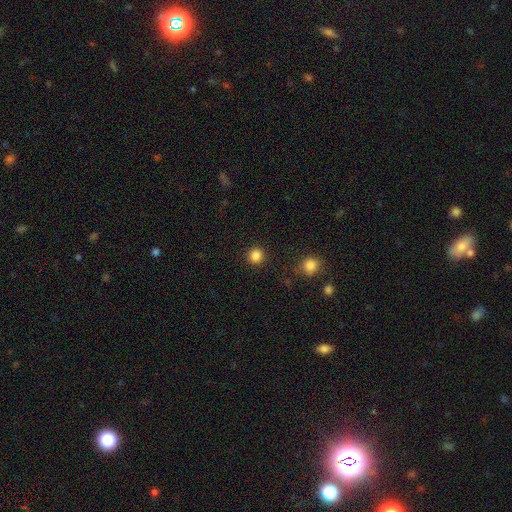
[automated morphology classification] Smooth or featured? Predicted: smooth (p=0.85). How rounded? Predicted: round (p=0.92). Merging? Predicted: none (p=0.91).